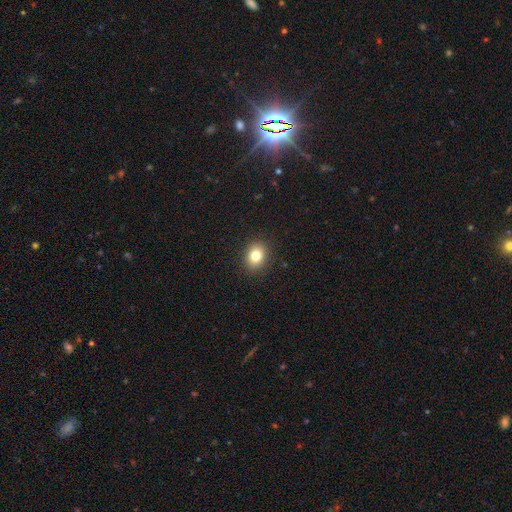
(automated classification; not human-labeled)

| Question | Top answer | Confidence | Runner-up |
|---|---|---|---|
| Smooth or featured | smooth | 81% | star or artifact (11%) |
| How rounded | in between | 55% | round (44%) |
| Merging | none | 89% | minor disturbance (7%) |